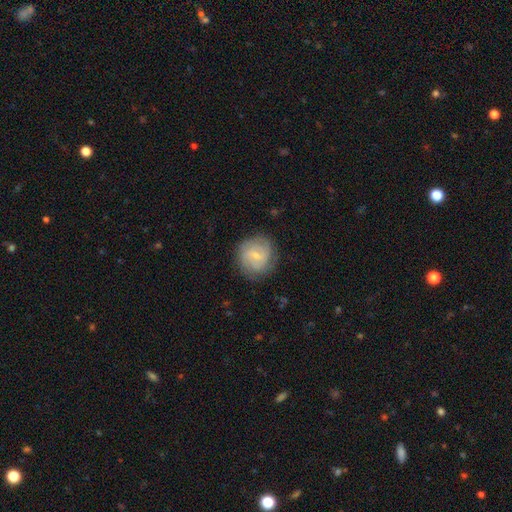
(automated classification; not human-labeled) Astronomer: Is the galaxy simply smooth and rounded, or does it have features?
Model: featured or disk — 69%.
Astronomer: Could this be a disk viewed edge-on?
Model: no — 98%.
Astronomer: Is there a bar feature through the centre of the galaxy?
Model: weak — 59%.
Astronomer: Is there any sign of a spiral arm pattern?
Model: yes — 91%.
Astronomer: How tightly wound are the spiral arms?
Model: tight — 54% (runner-up: medium, 36%).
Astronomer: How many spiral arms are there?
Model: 2 — 31%, tied with can't tell at 31%.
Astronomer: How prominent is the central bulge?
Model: small — 70%.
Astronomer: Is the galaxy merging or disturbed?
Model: none — 81%.